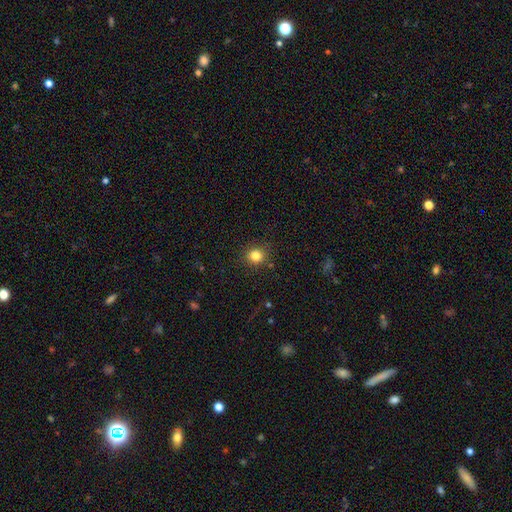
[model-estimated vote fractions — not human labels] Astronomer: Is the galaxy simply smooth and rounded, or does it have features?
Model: smooth — 83%.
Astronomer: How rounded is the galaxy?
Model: round — 86%.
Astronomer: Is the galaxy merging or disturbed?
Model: none — 87%.